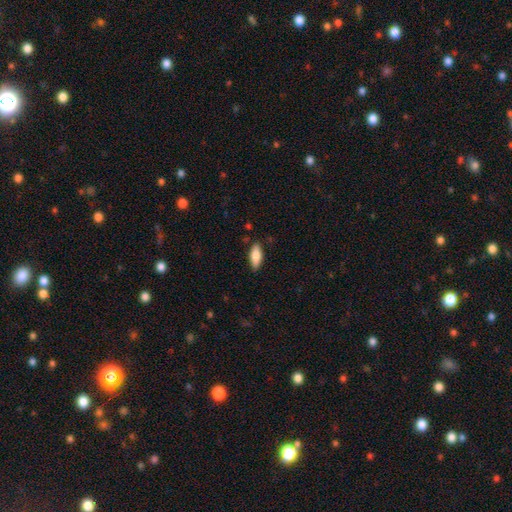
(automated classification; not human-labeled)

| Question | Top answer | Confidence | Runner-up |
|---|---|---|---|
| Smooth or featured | smooth | 79% | featured or disk (15%) |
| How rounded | in between | 71% | cigar-shaped (27%) |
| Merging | none | 84% | minor disturbance (13%) |